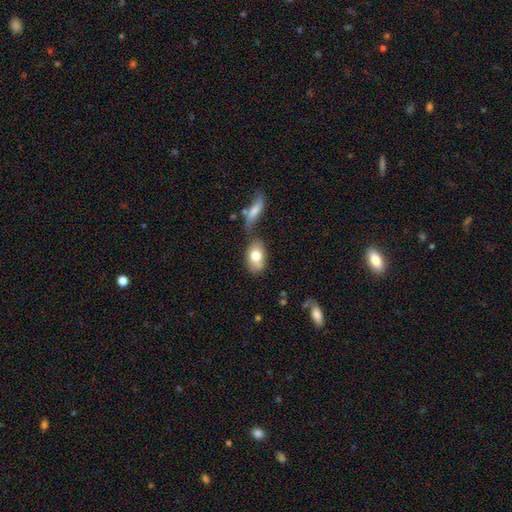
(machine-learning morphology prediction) This appears to be a smooth galaxy with no disk features (75%) that is in between round and cigar-shaped (90%). Merging: none (52%).